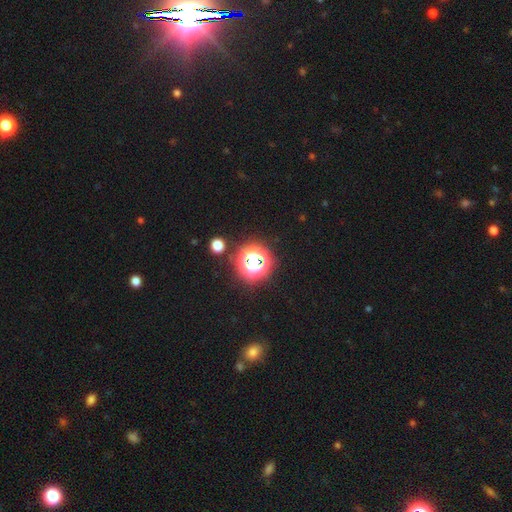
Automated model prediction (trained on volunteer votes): This is possibly a star or artifact rather than a galaxy (58%).